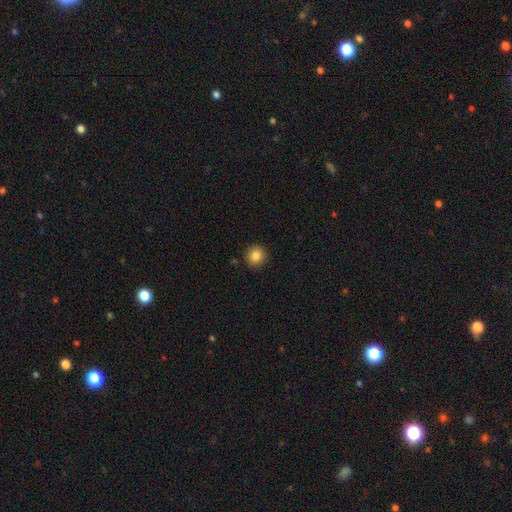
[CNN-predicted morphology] Overall: smooth (85%). How rounded: round (89%). Merging: none (91%).